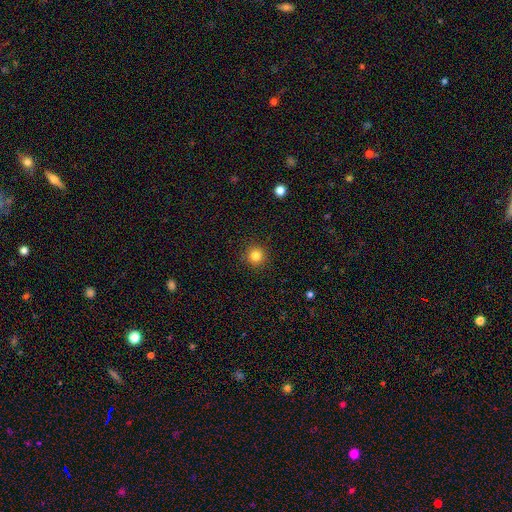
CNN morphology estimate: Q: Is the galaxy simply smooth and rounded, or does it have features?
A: smooth — 83%.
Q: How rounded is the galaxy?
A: round — 95%.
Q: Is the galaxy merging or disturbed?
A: none — 92%.